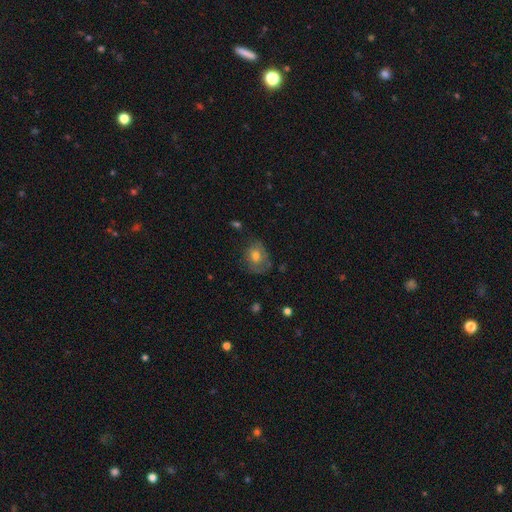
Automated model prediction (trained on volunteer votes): The model was most divided on "how rounded": round: 51%, in between: 48%, cigar-shaped: 1%. More confident: merging — none (57%); smooth or featured — smooth (54%).